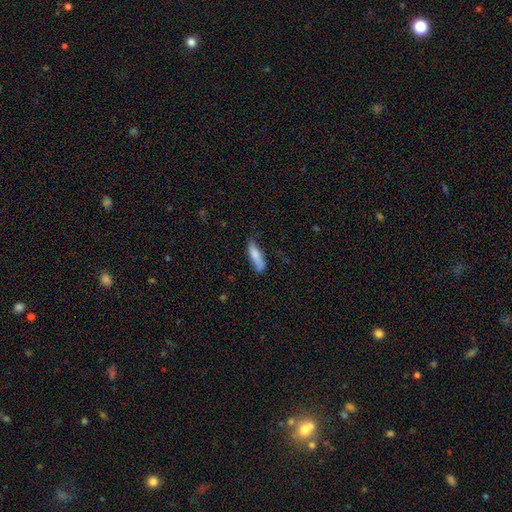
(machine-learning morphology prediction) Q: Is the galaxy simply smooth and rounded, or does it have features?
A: smooth — 76%.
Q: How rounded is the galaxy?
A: cigar-shaped — 63%.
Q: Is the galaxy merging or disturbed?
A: none — 59%.